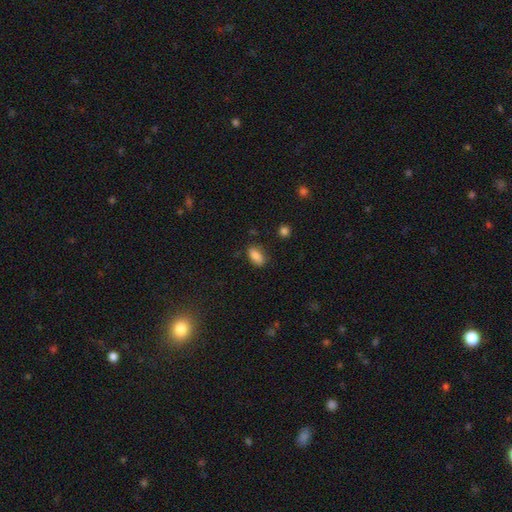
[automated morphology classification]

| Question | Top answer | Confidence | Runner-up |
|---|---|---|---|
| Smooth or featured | smooth | 85% | star or artifact (9%) |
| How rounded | in between | 87% | cigar-shaped (8%) |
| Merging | none | 79% | minor disturbance (16%) |